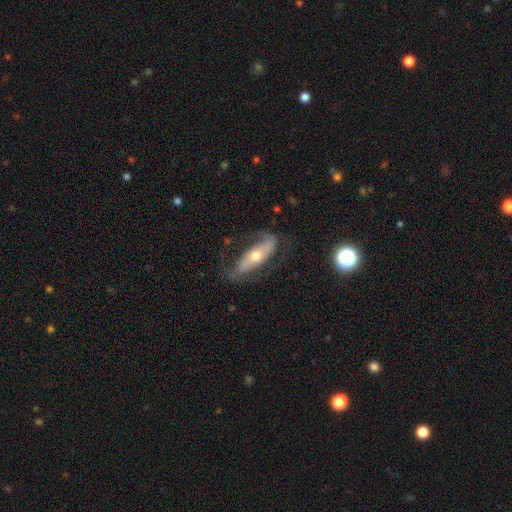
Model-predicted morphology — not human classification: A featured or disk galaxy (66%).

Vote fractions:
- Smooth or featured? featured or disk: 66% / smooth: 27% / star or artifact: 7%
- Edge-on disk? no: 70% / yes: 30%
- Merging? none: 63% / minor disturbance: 21% / major disturbance: 14% / merger: 2%